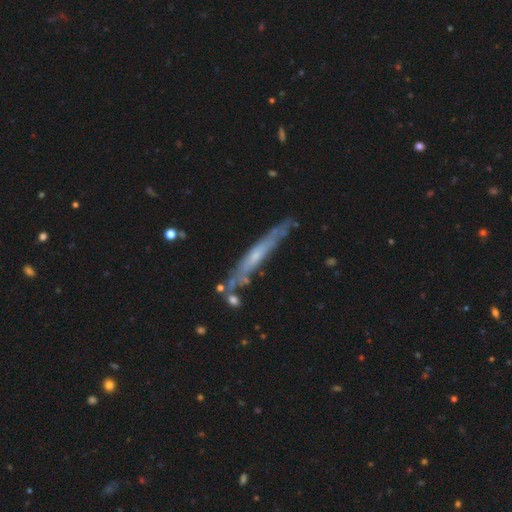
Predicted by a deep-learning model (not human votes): Smooth or featured? featured or disk (64%)
Edge-on disk? yes (81%)
Edge-on bulge? none (57%)
Merging? none (71%)